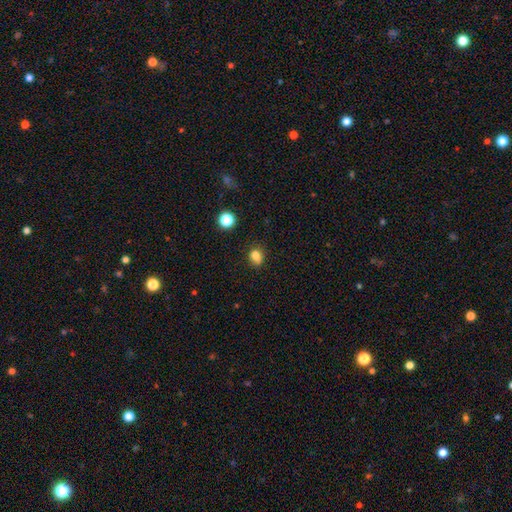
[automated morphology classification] Smooth or featured: smooth — 82% (star or artifact — 13%)
How rounded: in between — 50% (round — 49%)
Merging: none — 76% (minor disturbance — 18%)